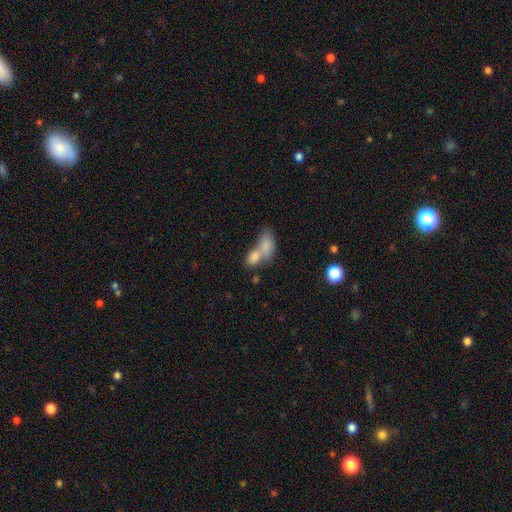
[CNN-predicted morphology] smooth-or-featured: smooth: 75% | featured or disk: 15% | star or artifact: 10%
  how-rounded: in between: 80% | round: 13% | cigar-shaped: 7%
  merging: merger: 66% | none: 21% | minor disturbance: 8% | major disturbance: 5%